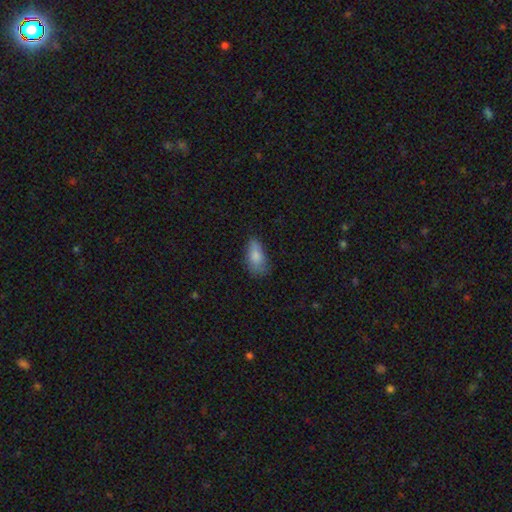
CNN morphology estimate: Smooth or featured?
  - smooth: 83% *
  - featured or disk: 10%
  - star or artifact: 8%
How rounded?
  - in between: 89% *
  - cigar-shaped: 7%
  - round: 4%
Merging?
  - none: 61% *
  - minor disturbance: 29%
  - major disturbance: 8%
  - merger: 2%